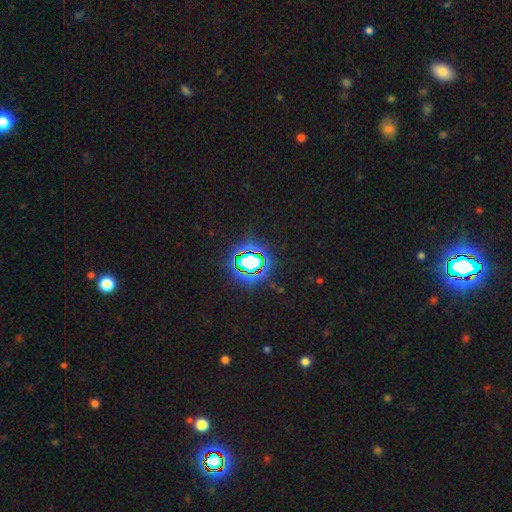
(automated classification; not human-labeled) Smooth or featured?
  - star or artifact: 83% *
  - smooth: 11%
  - featured or disk: 6%